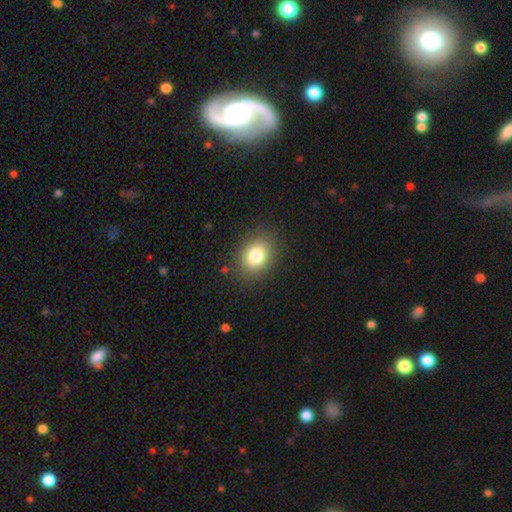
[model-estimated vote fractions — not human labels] A smooth galaxy with no disk features (81%) that is in between round and cigar-shaped (55%).

Vote fractions:
- Smooth or featured? smooth: 81% / star or artifact: 11% / featured or disk: 8%
- How rounded? in between: 55% / round: 44% / cigar-shaped: 1%
- Merging? none: 85% / minor disturbance: 10% / major disturbance: 4% / merger: 1%